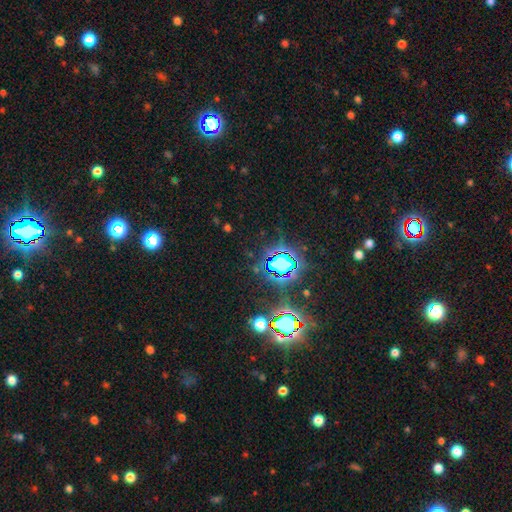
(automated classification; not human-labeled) smooth-or-featured: star or artifact: 81% | smooth: 12% | featured or disk: 8%